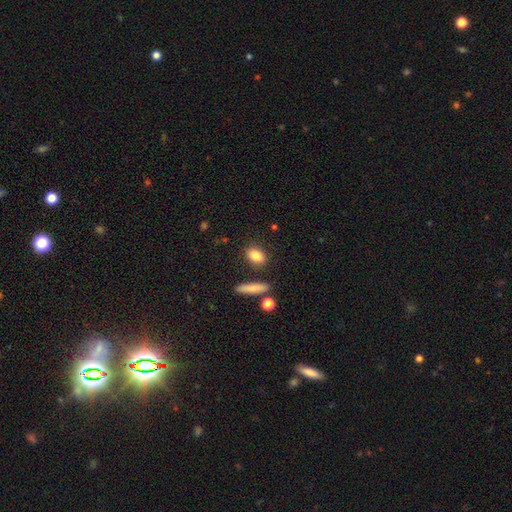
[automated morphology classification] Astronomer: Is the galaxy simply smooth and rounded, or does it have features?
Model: smooth — 84%.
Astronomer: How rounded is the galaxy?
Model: in between — 73%.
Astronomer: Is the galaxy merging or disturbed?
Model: none — 82%.